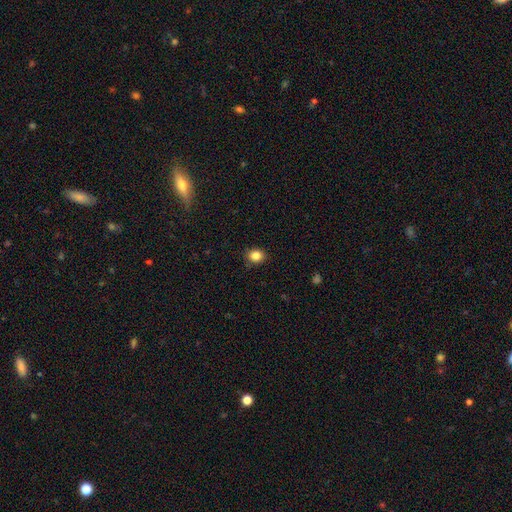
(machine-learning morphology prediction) smooth-or-featured: smooth: 85% | star or artifact: 11% | featured or disk: 5%
  how-rounded: round: 67% | in between: 32% | cigar-shaped: 1%
  merging: none: 86% | minor disturbance: 11% | major disturbance: 2% | merger: 1%